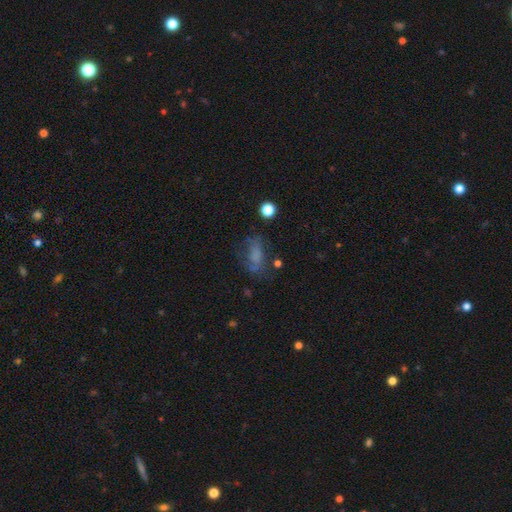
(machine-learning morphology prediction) This is possibly a smooth galaxy (54%). How rounded: likely in between (76%). Merging: possibly none (50%).